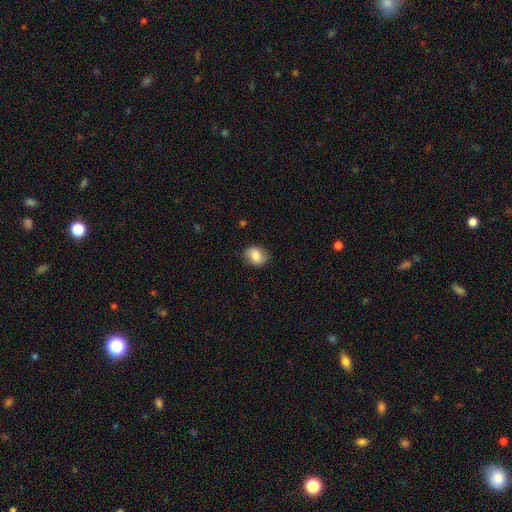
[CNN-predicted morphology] The model was most divided on "how rounded": in between: 51%, round: 47%, cigar-shaped: 1%. More confident: merging — none (80%); smooth or featured — smooth (75%).